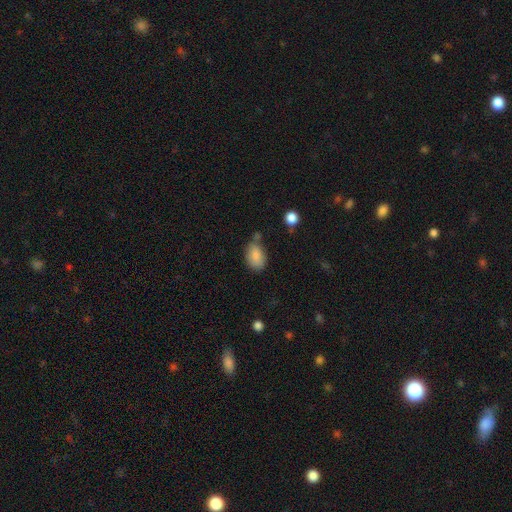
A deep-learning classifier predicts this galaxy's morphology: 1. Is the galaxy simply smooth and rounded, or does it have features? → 84% smooth, 8% star or artifact, 8% featured or disk.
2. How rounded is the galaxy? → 85% in between, 13% round, 1% cigar-shaped.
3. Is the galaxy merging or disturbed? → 60% none, 24% minor disturbance, 10% merger, 6% major disturbance.